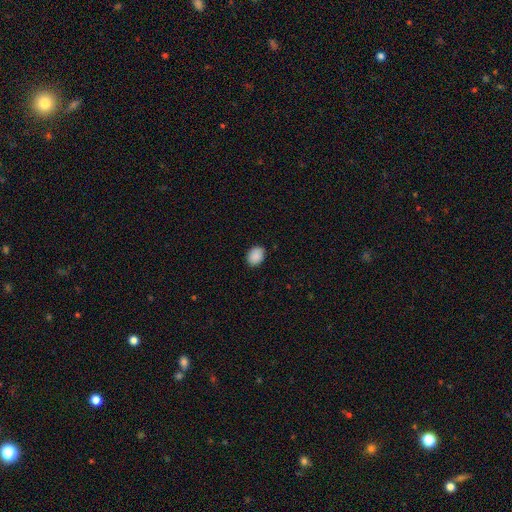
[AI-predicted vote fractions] This appears to be a smooth galaxy with no disk features (89%) that is in between round and cigar-shaped (64%). Merging: none (85%).